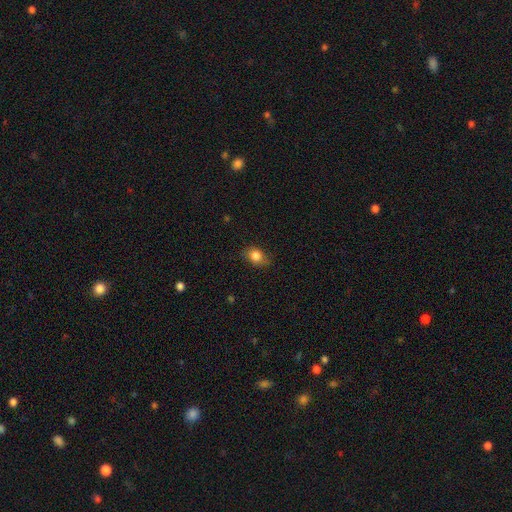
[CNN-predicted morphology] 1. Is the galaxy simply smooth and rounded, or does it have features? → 83% smooth, 9% star or artifact, 8% featured or disk.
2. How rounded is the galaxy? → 61% in between, 37% round, 2% cigar-shaped.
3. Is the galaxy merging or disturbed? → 76% none, 19% minor disturbance, 4% major disturbance, 1% merger.